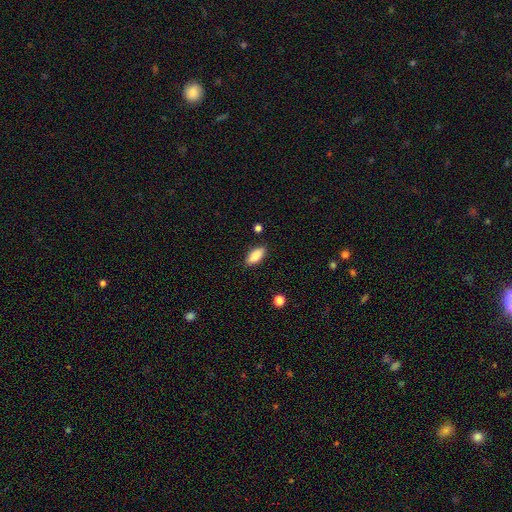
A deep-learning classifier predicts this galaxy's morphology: smooth-or-featured: smooth: 86% | featured or disk: 7% | star or artifact: 7%
  how-rounded: in between: 83% | cigar-shaped: 15% | round: 2%
  merging: none: 87% | minor disturbance: 10% | major disturbance: 2% | merger: 2%